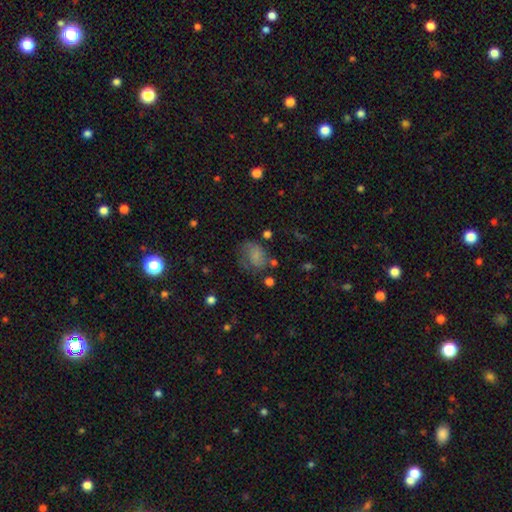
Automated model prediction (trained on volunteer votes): Overall: smooth (66%). How rounded: in between (66%; round 33%). Merging: none (42%; minor disturbance 28%).